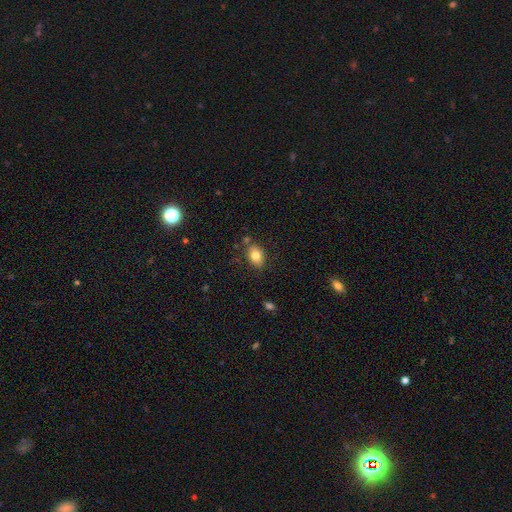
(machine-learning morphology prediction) Smooth or featured? Predicted: smooth (p=0.80). How rounded? Predicted: in between (p=0.75). Merging? Predicted: none (p=0.77).